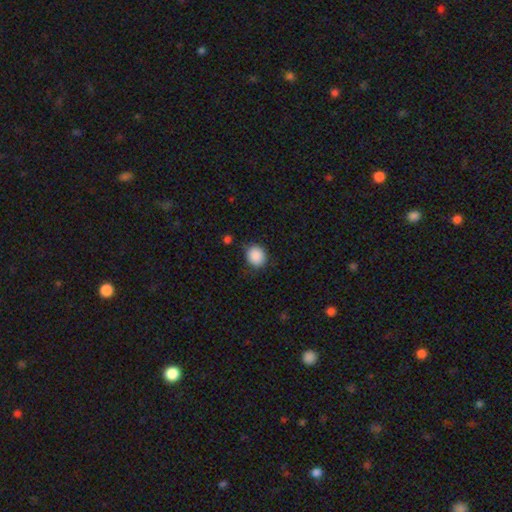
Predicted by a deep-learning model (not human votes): Smooth or featured: smooth — 89% (star or artifact — 8%)
How rounded: round — 75% (in between — 24%)
Merging: none — 81% (minor disturbance — 13%)